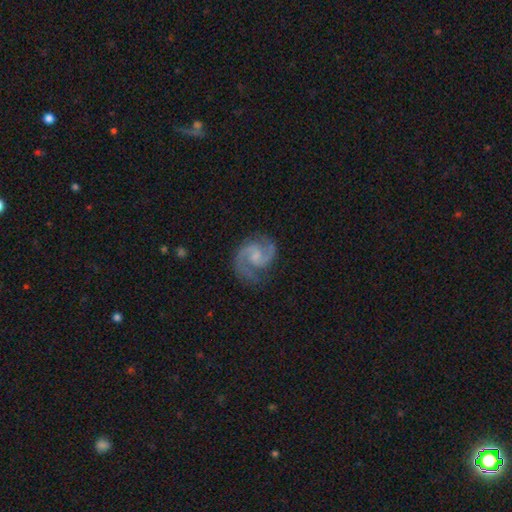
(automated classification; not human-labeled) A featured or disk galaxy (91%) with no bar (48%), 2 (93%) medium (63%) spiral arms (98%) and a small central bulge (50%). Merging: none (77%).